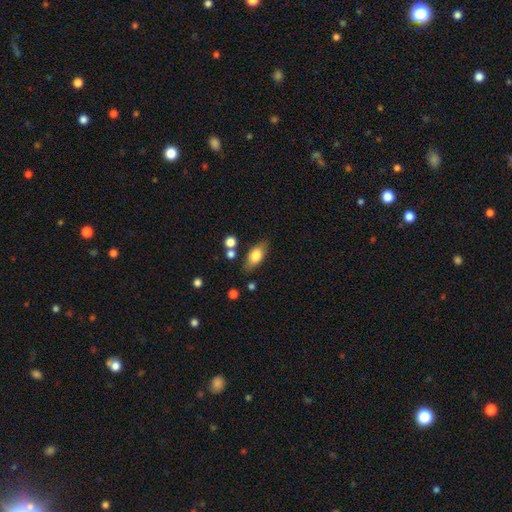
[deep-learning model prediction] Smooth or featured?
  - smooth: 74% *
  - featured or disk: 18%
  - star or artifact: 7%
How rounded?
  - in between: 84% *
  - cigar-shaped: 10%
  - round: 6%
Merging?
  - none: 77% *
  - minor disturbance: 14%
  - merger: 6%
  - major disturbance: 4%